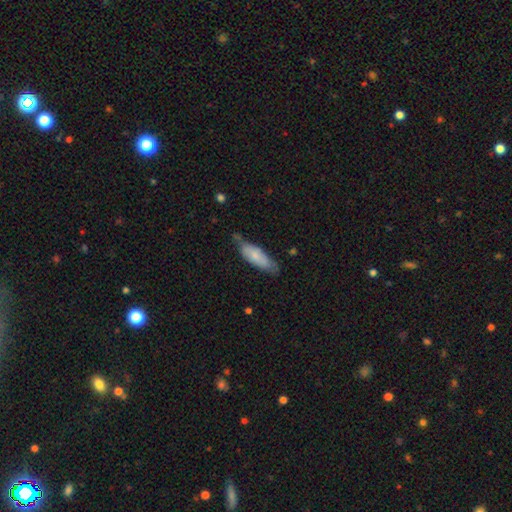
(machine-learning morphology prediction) This appears to be a smooth galaxy with no disk features (73%) that is in between round and cigar-shaped (59%). Merging: none (57%).